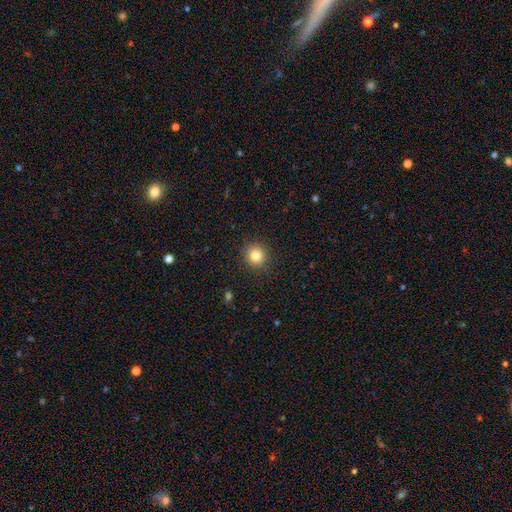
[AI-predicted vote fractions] smooth-or-featured: smooth: 82% | star or artifact: 12% | featured or disk: 6%
  how-rounded: round: 91% | in between: 8% | cigar-shaped: 1%
  merging: none: 90% | minor disturbance: 6% | major disturbance: 2% | merger: 1%